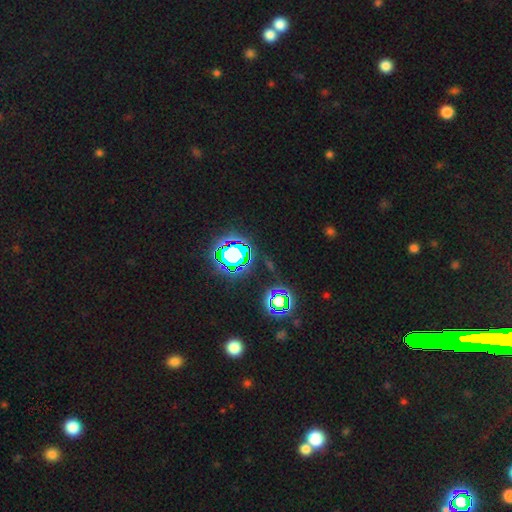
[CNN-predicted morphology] type=star or artifact (78%).